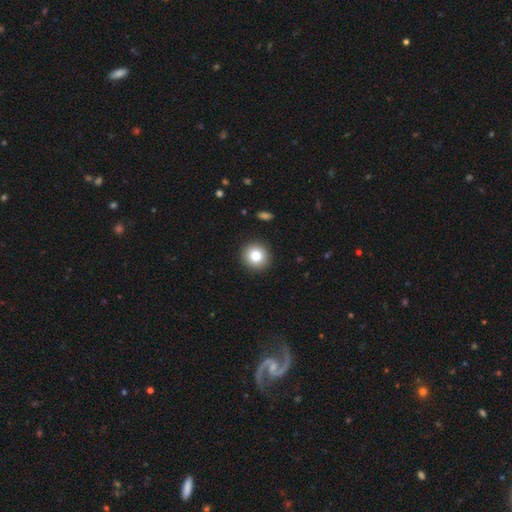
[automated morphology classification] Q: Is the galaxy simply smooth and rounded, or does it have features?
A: smooth — 83%.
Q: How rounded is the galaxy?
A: round — 91%.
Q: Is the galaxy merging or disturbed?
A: none — 91%.